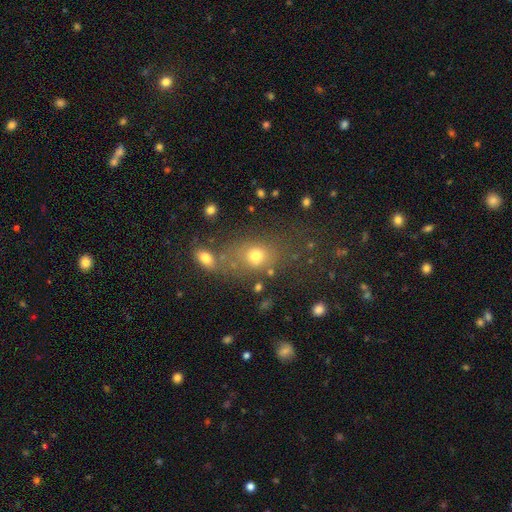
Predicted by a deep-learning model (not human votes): This is likely a smooth galaxy (70%). How rounded: possibly in between (52%). Merging: possibly none (56%).